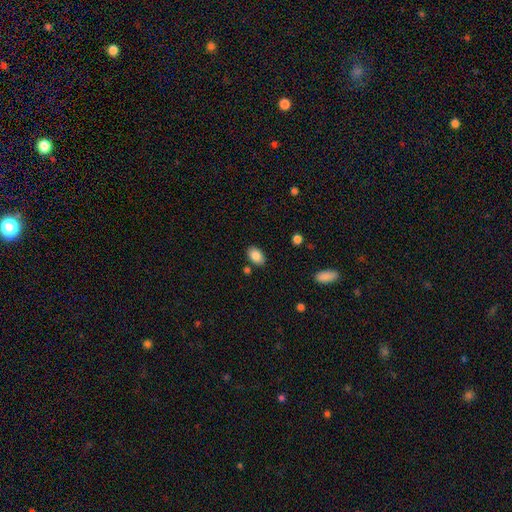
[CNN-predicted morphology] Smooth or featured: smooth — 87% (star or artifact — 8%)
How rounded: in between — 89% (round — 10%)
Merging: none — 82% (minor disturbance — 11%)